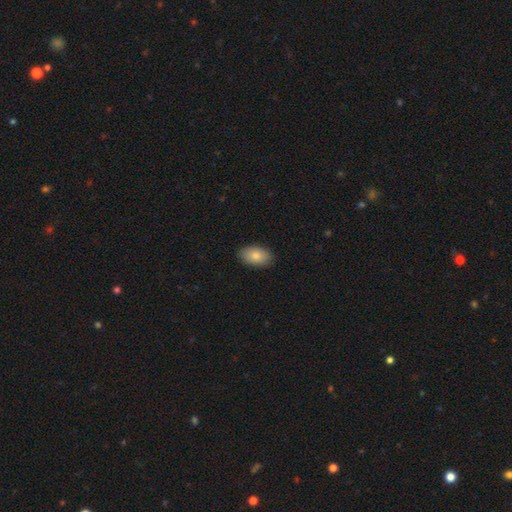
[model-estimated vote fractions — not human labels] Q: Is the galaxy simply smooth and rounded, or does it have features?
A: smooth — 84%.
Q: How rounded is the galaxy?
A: in between — 93%.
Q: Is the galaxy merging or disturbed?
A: none — 88%.